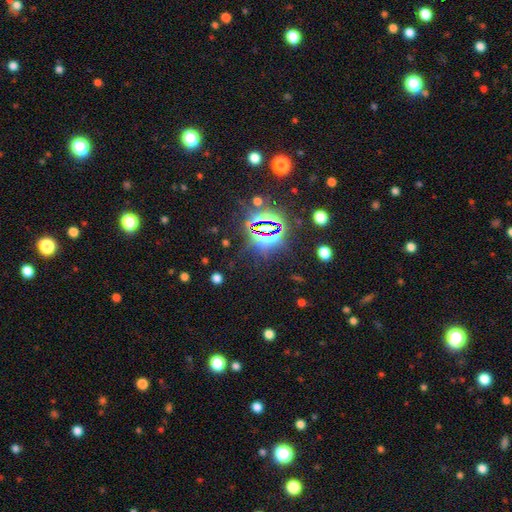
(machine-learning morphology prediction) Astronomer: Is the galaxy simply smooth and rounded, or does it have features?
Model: star or artifact — 83%.